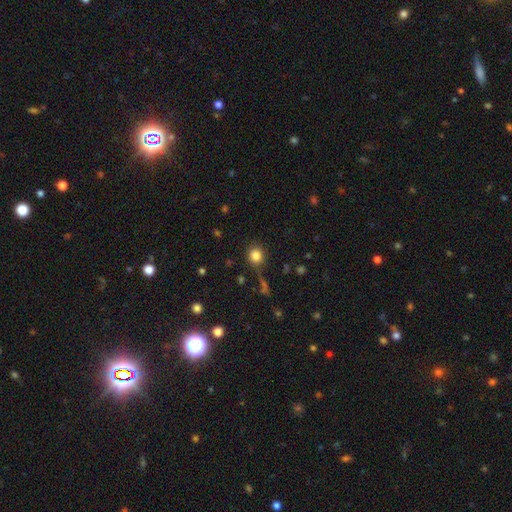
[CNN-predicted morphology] A smooth galaxy with no disk features (83%) that is round (85%).

Vote fractions:
- Smooth or featured? smooth: 83% / star or artifact: 12% / featured or disk: 5%
- How rounded? round: 85% / in between: 14% / cigar-shaped: 1%
- Merging? none: 80% / minor disturbance: 11% / major disturbance: 5% / merger: 4%